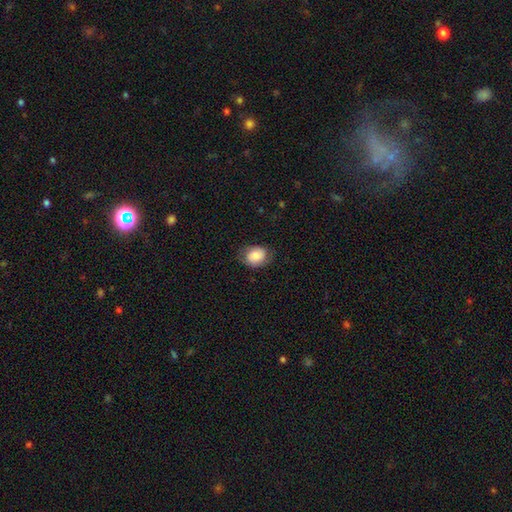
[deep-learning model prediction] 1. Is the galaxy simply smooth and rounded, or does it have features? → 77% smooth, 15% featured or disk, 8% star or artifact.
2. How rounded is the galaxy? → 52% in between, 47% round, 1% cigar-shaped.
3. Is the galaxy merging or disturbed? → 70% none, 22% minor disturbance, 7% major disturbance, 1% merger.